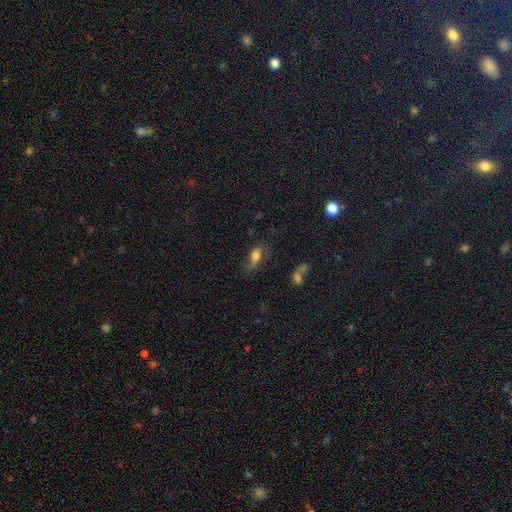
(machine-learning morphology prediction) The model was most divided on "merging": none: 52%, minor disturbance: 24%, major disturbance: 18%, merger: 5%. More confident: how rounded — in between (77%); smooth or featured — smooth (59%).